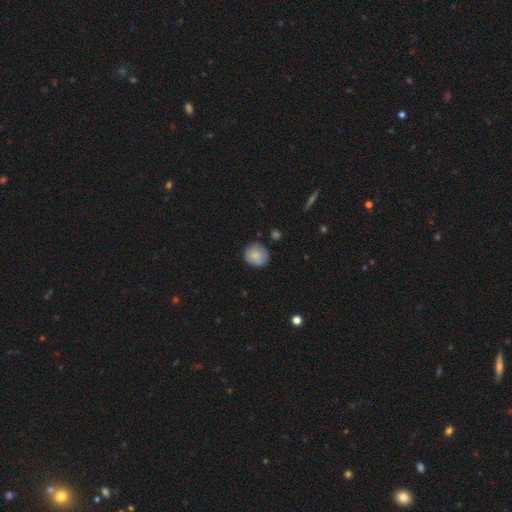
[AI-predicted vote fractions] Overall: smooth (82%). How rounded: round (89%). Merging: none (78%).